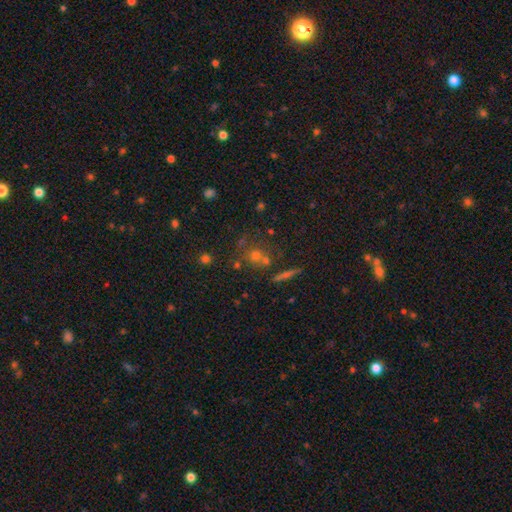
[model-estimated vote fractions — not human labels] Smooth or featured? Predicted: smooth (p=0.50). Merging? Predicted: none (p=0.58).